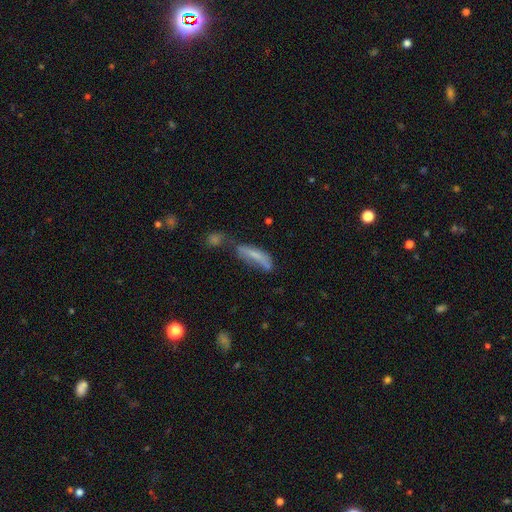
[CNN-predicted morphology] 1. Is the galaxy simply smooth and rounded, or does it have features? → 61% smooth, 29% featured or disk, 11% star or artifact.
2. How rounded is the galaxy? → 64% cigar-shaped, 34% in between, 2% round.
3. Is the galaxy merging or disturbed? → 30% none, 29% merger, 23% minor disturbance, 18% major disturbance.